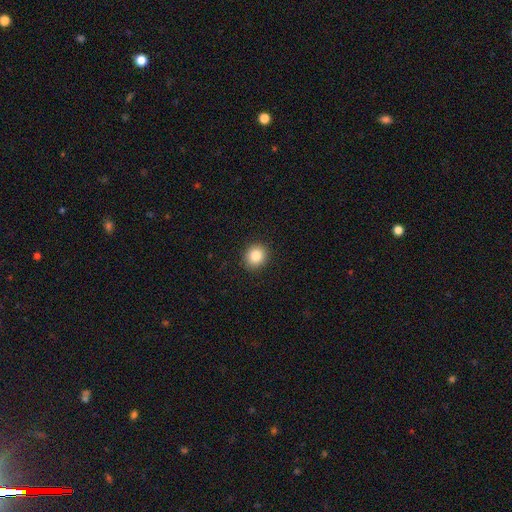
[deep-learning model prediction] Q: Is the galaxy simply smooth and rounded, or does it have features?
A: smooth — 85%.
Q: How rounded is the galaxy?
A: round — 81%.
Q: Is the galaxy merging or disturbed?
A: none — 91%.